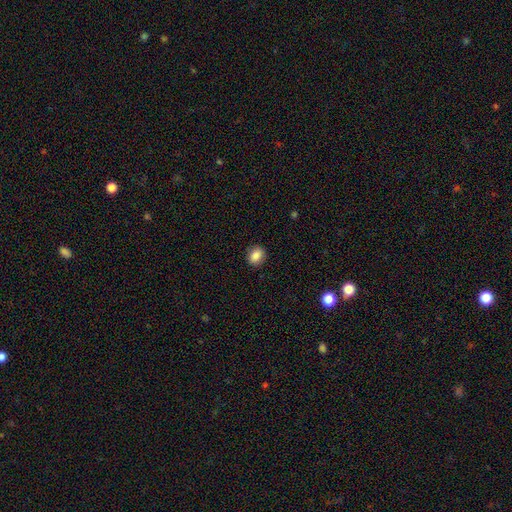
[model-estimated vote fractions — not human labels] Q: Smooth or featured?
A: smooth (86%); runner-up: star or artifact (9%)
Q: How rounded?
A: round (56%); runner-up: in between (43%)
Q: Merging?
A: none (89%); runner-up: minor disturbance (8%)